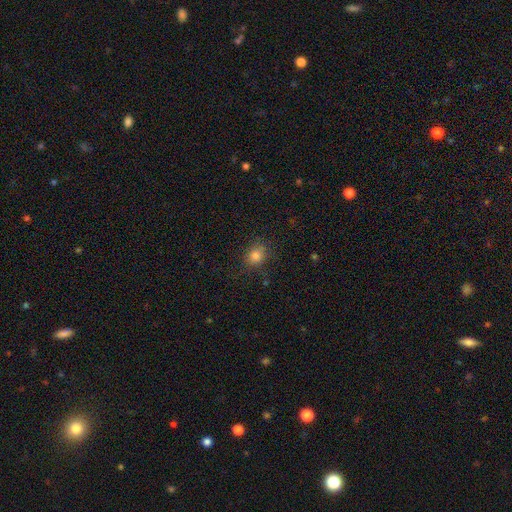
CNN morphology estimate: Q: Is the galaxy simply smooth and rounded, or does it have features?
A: smooth — 82%.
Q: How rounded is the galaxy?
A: round — 72%.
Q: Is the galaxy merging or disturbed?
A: none — 79%.